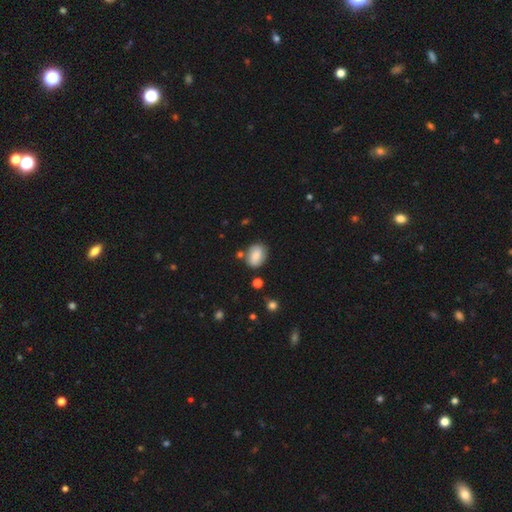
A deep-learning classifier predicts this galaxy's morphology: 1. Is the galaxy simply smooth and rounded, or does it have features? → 79% smooth, 13% featured or disk, 8% star or artifact.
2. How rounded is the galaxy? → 70% in between, 29% round, 1% cigar-shaped.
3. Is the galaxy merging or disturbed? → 73% none, 17% minor disturbance, 7% merger, 4% major disturbance.